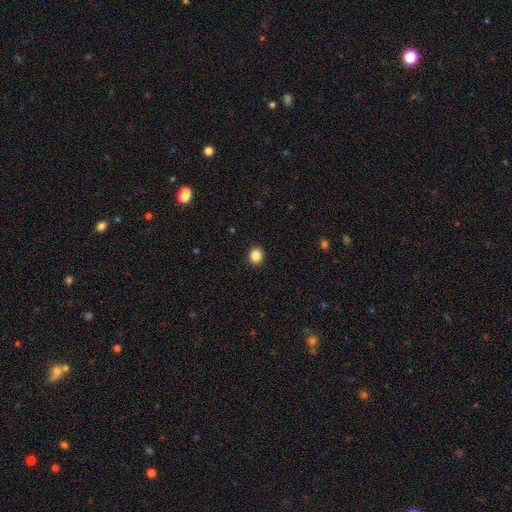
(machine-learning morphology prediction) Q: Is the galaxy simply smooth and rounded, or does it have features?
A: smooth — 87%.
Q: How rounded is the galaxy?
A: round — 75%.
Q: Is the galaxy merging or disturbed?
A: none — 92%.